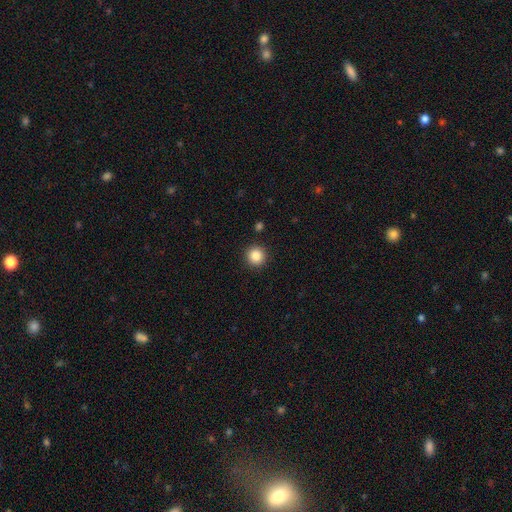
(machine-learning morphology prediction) smooth 86%, star or artifact 10%, featured or disk 4%. Down the decision tree: how rounded — round (95%); merging — none (92%).